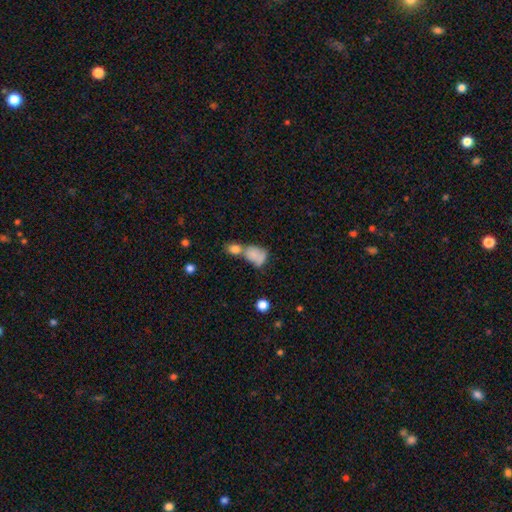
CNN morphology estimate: A smooth galaxy with no disk features (77%) that is in between round and cigar-shaped (68%). Merging: merger (61%).